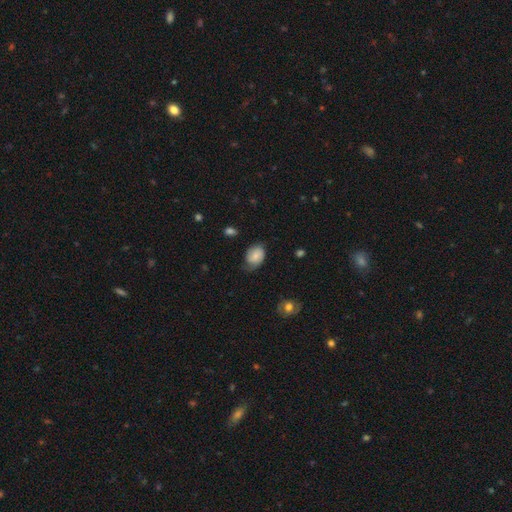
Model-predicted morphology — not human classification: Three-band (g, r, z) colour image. It shows a smooth galaxy with no disk features (66%) that is in between round and cigar-shaped (76%). Merging: none (50%).